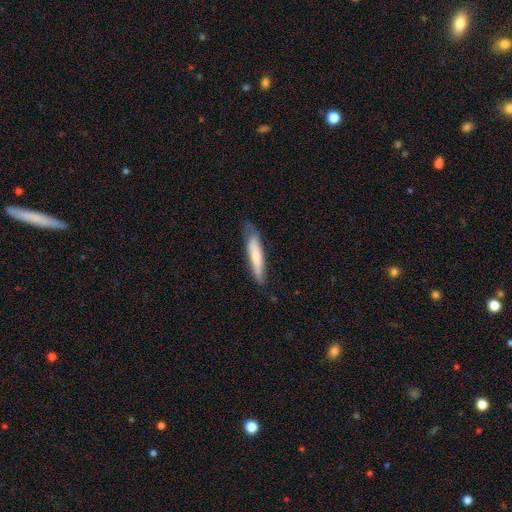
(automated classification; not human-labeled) This is likely a smooth galaxy (67%). How rounded: clearly cigar-shaped (87%). Merging: likely none (68%).